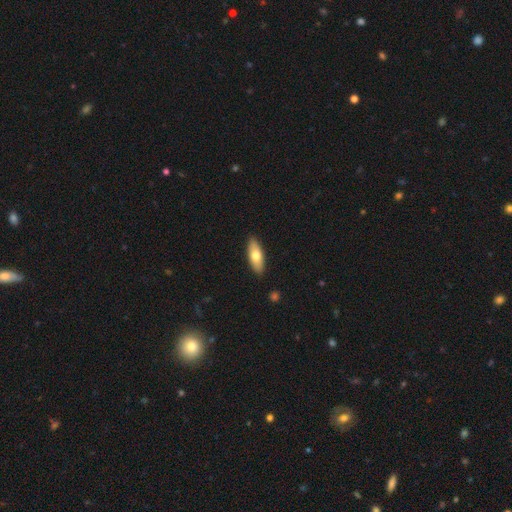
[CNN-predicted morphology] The model was most divided on "how rounded": in between: 68%, cigar-shaped: 29%, round: 2%. More confident: merging — none (89%); smooth or featured — smooth (68%).